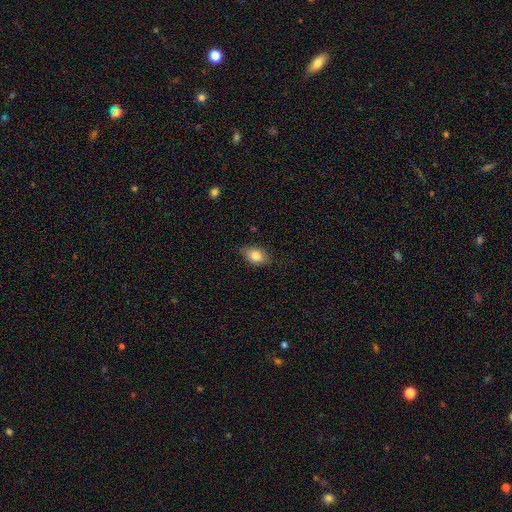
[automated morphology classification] Overall: smooth (80%). How rounded: in between (76%). Merging: none (76%).